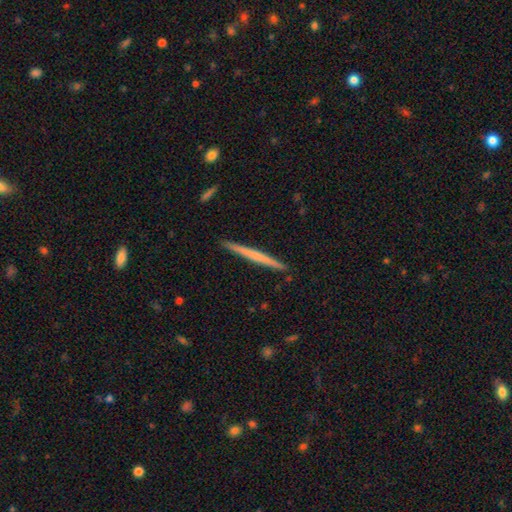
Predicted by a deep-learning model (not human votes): Overall: smooth (48%; featured or disk 47%). Merging: none (92%).